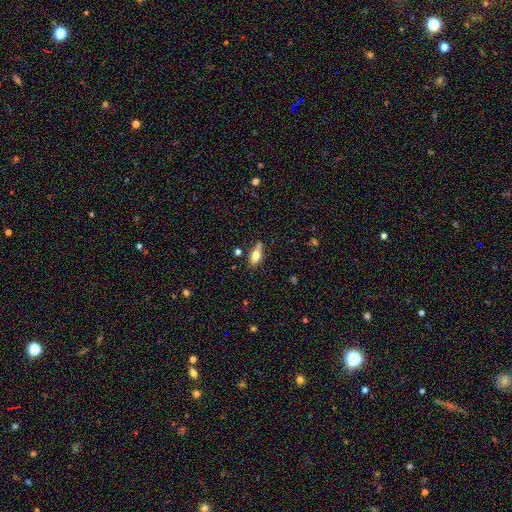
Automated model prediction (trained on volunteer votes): Smooth or featured?
  - smooth: 74% *
  - featured or disk: 17%
  - star or artifact: 9%
How rounded?
  - in between: 85% *
  - cigar-shaped: 8%
  - round: 7%
Merging?
  - none: 63% *
  - minor disturbance: 17%
  - merger: 15%
  - major disturbance: 5%